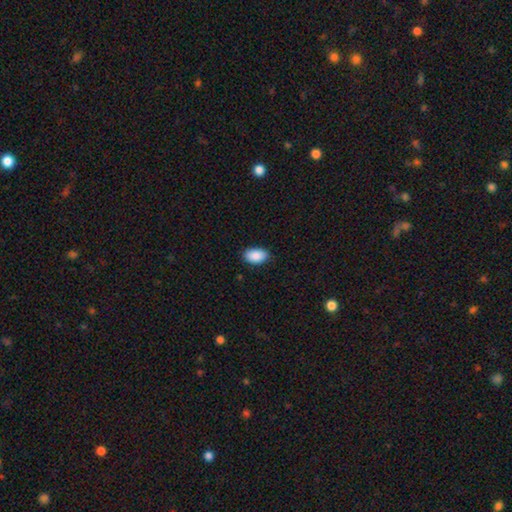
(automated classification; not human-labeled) smooth-or-featured: smooth: 90% | star or artifact: 7% | featured or disk: 3%
  how-rounded: in between: 94% | round: 5% | cigar-shaped: 1%
  merging: none: 87% | minor disturbance: 11% | major disturbance: 2% | merger: 1%